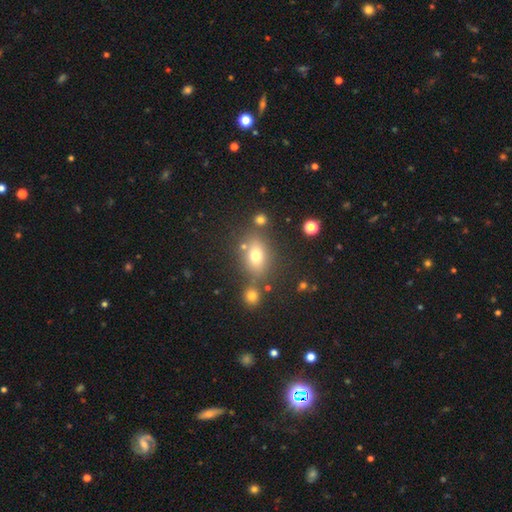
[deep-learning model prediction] Smooth or featured? Predicted: smooth (p=0.71). How rounded? Predicted: in between (p=0.70). Merging? Predicted: none (p=0.70).